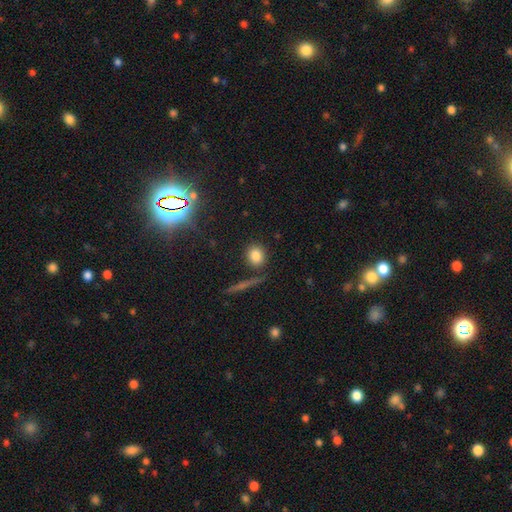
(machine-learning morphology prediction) This is clearly a smooth galaxy (82%). How rounded: likely round (72%). Merging: clearly none (82%).